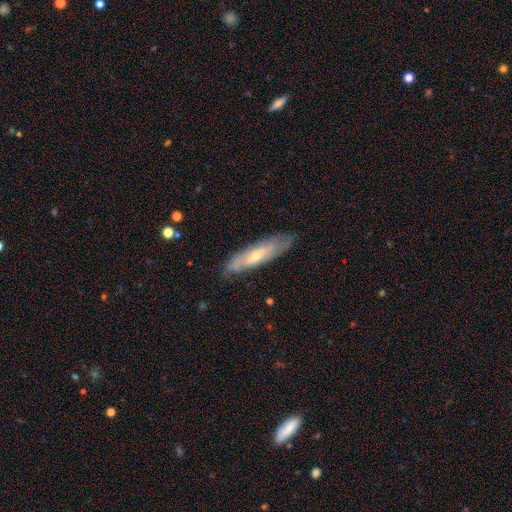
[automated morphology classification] This is likely a featured or disk galaxy (69%). It is likely not viewed edge-on (64%). Merging: likely none (79%).